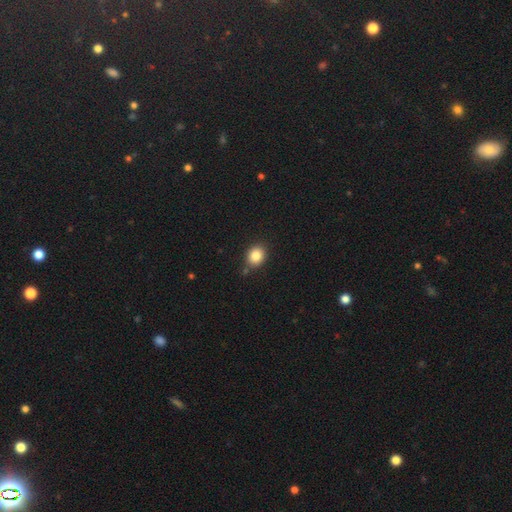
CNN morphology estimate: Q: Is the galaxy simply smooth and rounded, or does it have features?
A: smooth — 85%.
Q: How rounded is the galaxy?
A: round — 62%.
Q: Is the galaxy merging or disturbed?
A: none — 82%.